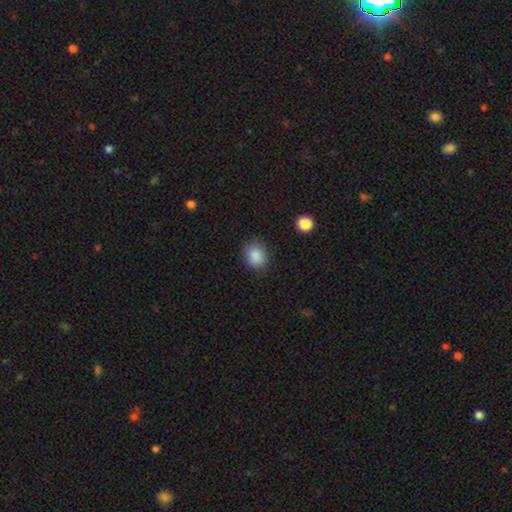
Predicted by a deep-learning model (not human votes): smooth_or_featured: smooth (p=0.87) [alt: star or artifact p=0.09]
how_rounded: round (p=0.63) [alt: in between p=0.36]
merging: none (p=0.85) [alt: minor disturbance p=0.11]